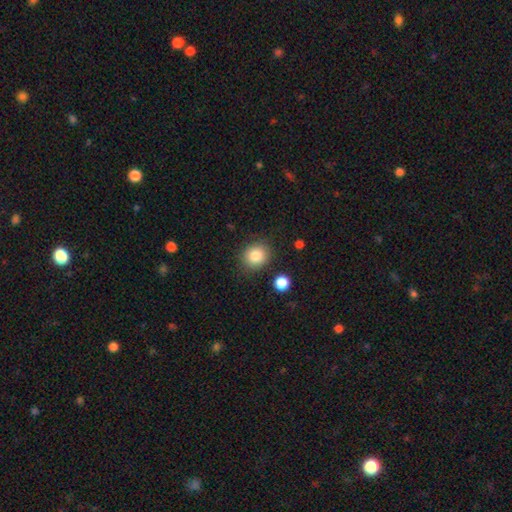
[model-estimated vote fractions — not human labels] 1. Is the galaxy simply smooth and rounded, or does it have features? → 84% smooth, 10% star or artifact, 6% featured or disk.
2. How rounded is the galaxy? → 78% round, 21% in between, 1% cigar-shaped.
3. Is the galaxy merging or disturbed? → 85% none, 9% minor disturbance, 3% merger, 3% major disturbance.